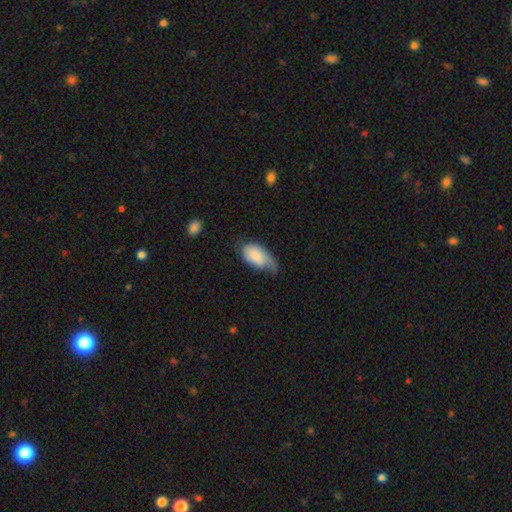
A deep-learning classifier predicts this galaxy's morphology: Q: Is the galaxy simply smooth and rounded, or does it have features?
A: smooth — 77%.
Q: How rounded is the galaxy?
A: in between — 94%.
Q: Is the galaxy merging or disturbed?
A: minor disturbance — 43%.